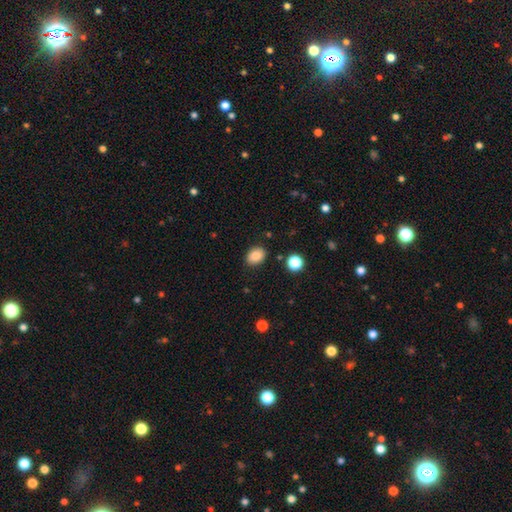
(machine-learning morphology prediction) smooth-or-featured: smooth: 83% | star or artifact: 10% | featured or disk: 7%
  how-rounded: in between: 67% | round: 32% | cigar-shaped: 1%
  merging: none: 86% | minor disturbance: 10% | major disturbance: 2% | merger: 2%